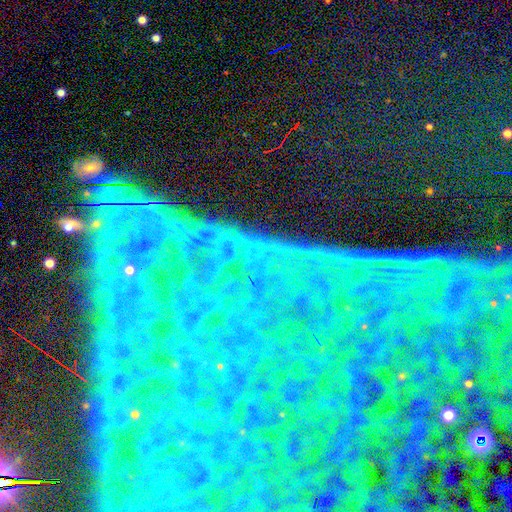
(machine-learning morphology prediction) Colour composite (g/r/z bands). It shows a star or artifact, not a galaxy (82%).